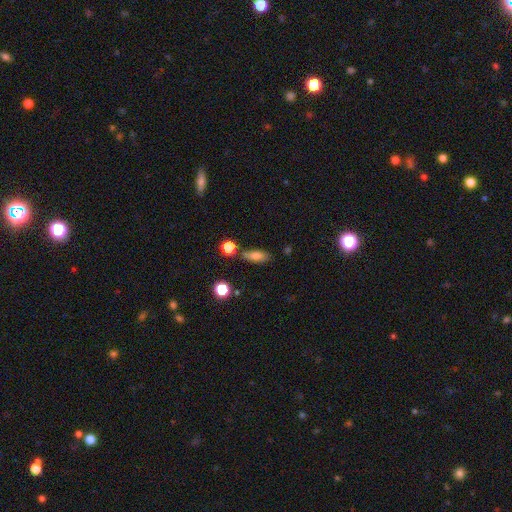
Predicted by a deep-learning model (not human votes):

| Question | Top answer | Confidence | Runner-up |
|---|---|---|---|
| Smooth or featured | smooth | 78% | featured or disk (12%) |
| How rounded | in between | 68% | cigar-shaped (25%) |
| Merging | none | 71% | minor disturbance (16%) |